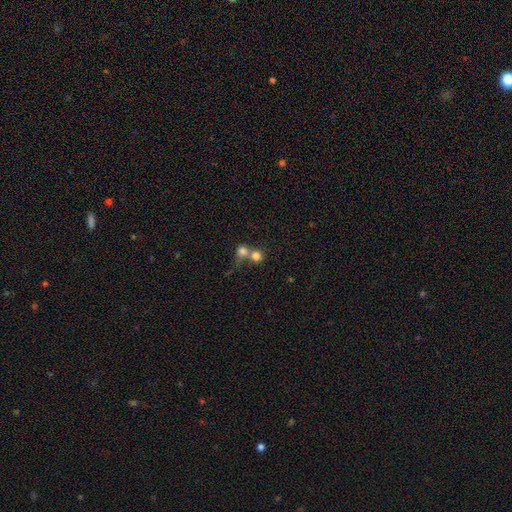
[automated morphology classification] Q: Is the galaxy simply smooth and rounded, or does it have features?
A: smooth — 77%.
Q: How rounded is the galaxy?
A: round — 86%.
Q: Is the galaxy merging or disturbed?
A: merger — 59%.